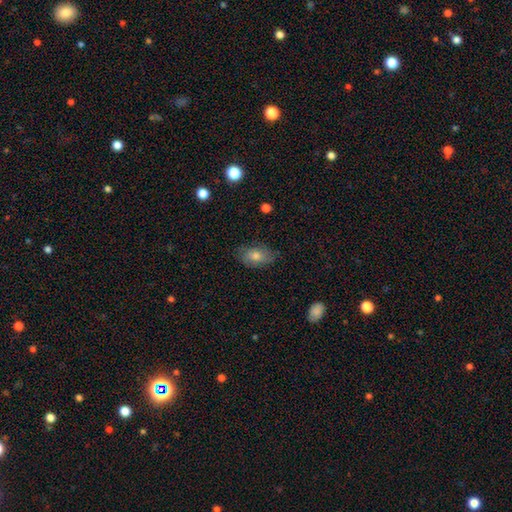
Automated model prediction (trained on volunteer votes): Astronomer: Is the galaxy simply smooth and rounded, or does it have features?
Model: smooth — 60%.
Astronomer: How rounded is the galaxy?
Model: in between — 86%.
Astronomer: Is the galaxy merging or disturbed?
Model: none — 76%.